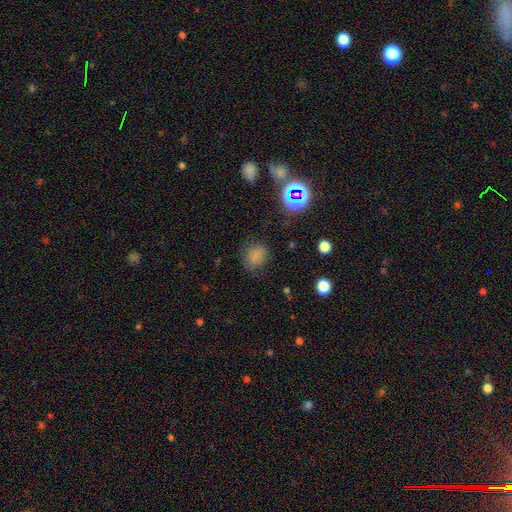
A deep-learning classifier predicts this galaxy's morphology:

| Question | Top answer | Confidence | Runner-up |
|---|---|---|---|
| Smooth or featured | smooth | 74% | star or artifact (19%) |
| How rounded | round | 65% | in between (34%) |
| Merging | none | 76% | minor disturbance (17%) |